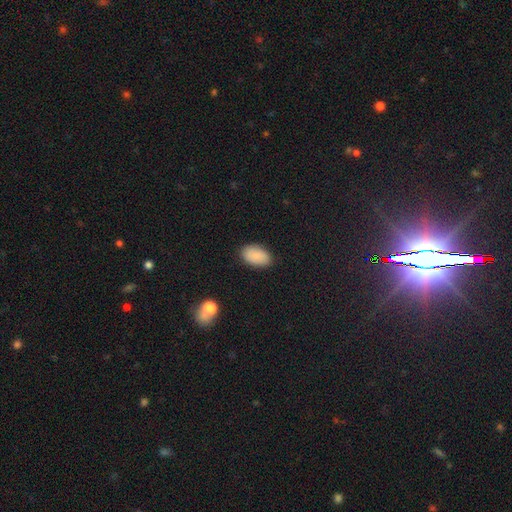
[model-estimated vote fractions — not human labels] smooth 87%, star or artifact 7%, featured or disk 5%. Down the decision tree: how rounded — in between (93%); merging — none (87%).